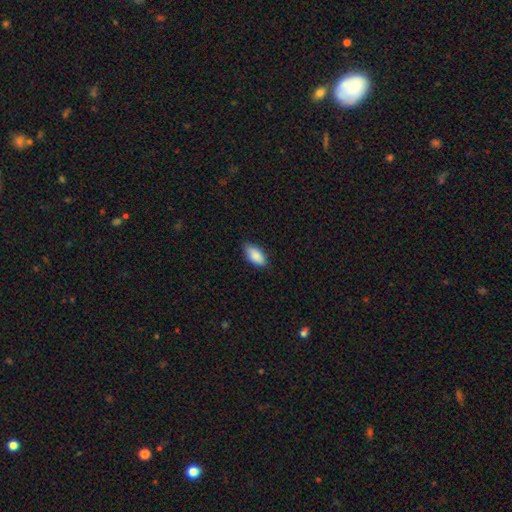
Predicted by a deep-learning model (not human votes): Smooth or featured? Predicted: smooth (p=0.88). How rounded? Predicted: in between (p=0.92). Merging? Predicted: none (p=0.81).